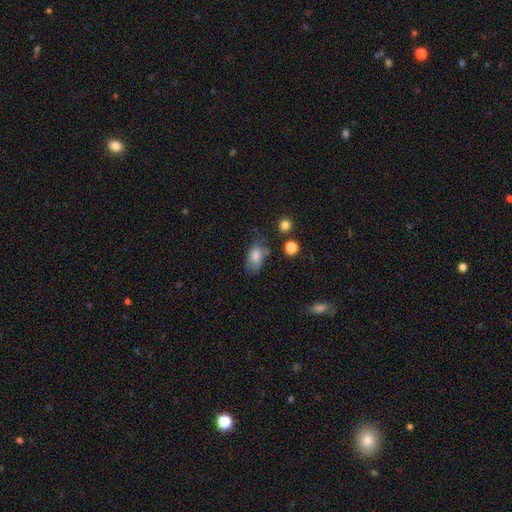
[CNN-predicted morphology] Smooth or featured: smooth — 73% (featured or disk — 17%)
How rounded: in between — 88% (round — 8%)
Merging: none — 51% (minor disturbance — 31%)